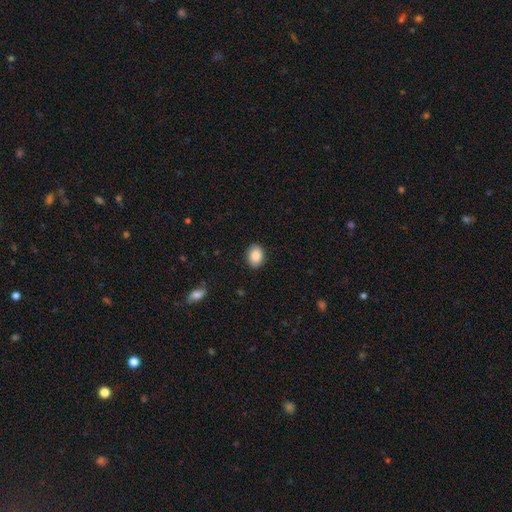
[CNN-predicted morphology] This is clearly a smooth galaxy (89%). How rounded: likely in between (72%). Merging: clearly none (89%).